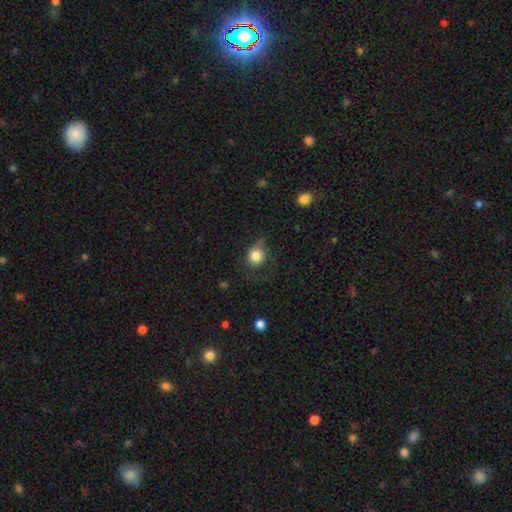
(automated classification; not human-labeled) Morphology: type=smooth (81%); roundness=round (82%); merging=none (57%).